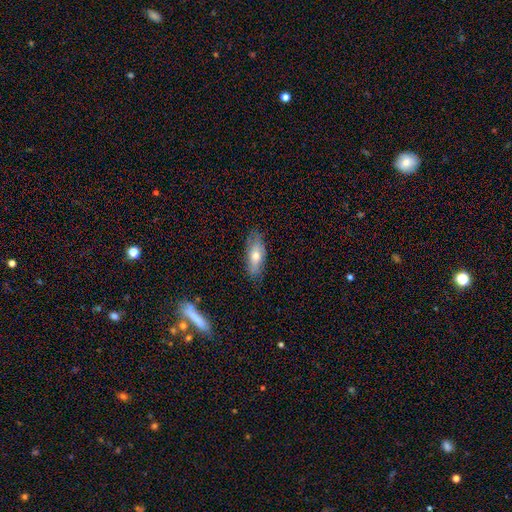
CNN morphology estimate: Smooth or featured?
  - smooth: 61% *
  - featured or disk: 32%
  - star or artifact: 7%
How rounded?
  - in between: 74% *
  - cigar-shaped: 23%
  - round: 3%
Merging?
  - none: 76% *
  - minor disturbance: 18%
  - major disturbance: 4%
  - merger: 2%